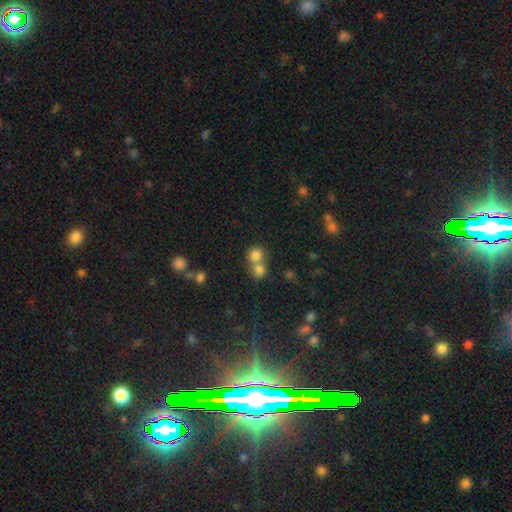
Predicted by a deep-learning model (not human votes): Smooth or featured?
  - smooth: 77% *
  - star or artifact: 14%
  - featured or disk: 10%
How rounded?
  - round: 84% *
  - in between: 15%
  - cigar-shaped: 1%
Merging?
  - merger: 55% *
  - none: 37%
  - minor disturbance: 5%
  - major disturbance: 2%